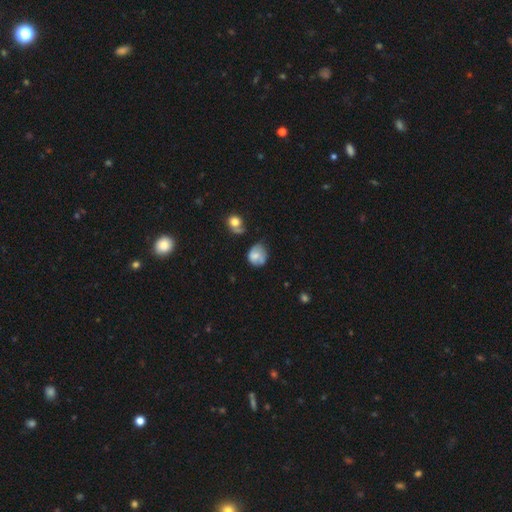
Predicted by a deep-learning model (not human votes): smooth 62%, featured or disk 28%, star or artifact 9%. Down the decision tree: how rounded — round (62%); merging — none (44%).